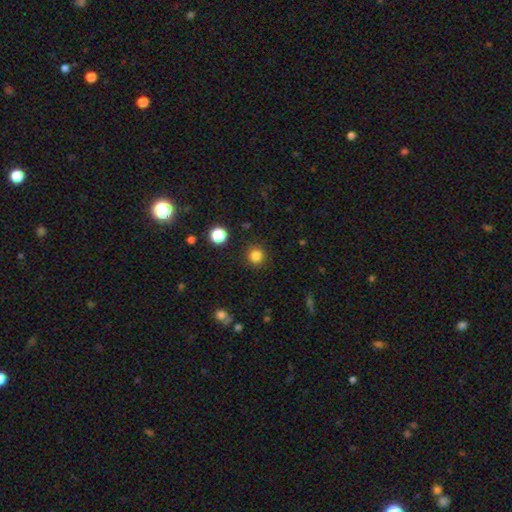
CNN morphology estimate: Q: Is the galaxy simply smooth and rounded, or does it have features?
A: smooth — 83%.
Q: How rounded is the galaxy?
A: round — 92%.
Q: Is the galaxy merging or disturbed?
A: none — 89%.